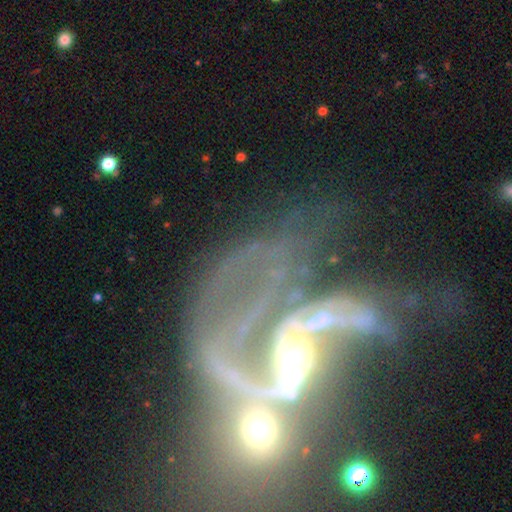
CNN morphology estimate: smooth-or-featured: featured or disk: 83% | star or artifact: 10% | smooth: 8%
  disk-edge-on: no: 96% | yes: 4%
    bar: no: 45% | weak: 32% | strong: 23%
    has-spiral-arms: yes: 85% | no: 15%
      spiral-winding: loose: 53% | medium: 34% | tight: 13%
      spiral-arm-count: 2: 58% | can't tell: 14% | 1: 12% | 3: 8% | 4: 4% | more than 4: 4%
    bulge-size: moderate: 56% | small: 28% | large: 8% | none: 5% | dominant: 3%
  merging: merger: 53% | major disturbance: 26% | none: 13% | minor disturbance: 8%